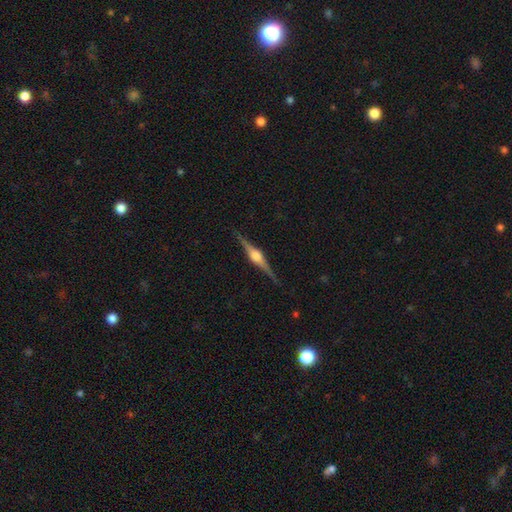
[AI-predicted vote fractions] Q: Smooth or featured?
A: featured or disk (86%); runner-up: smooth (9%)
Q: Edge-on disk?
A: yes (98%); runner-up: no (2%)
Q: Edge-on bulge?
A: rounded (90%); runner-up: boxy (8%)
Q: Merging?
A: none (89%); runner-up: minor disturbance (8%)